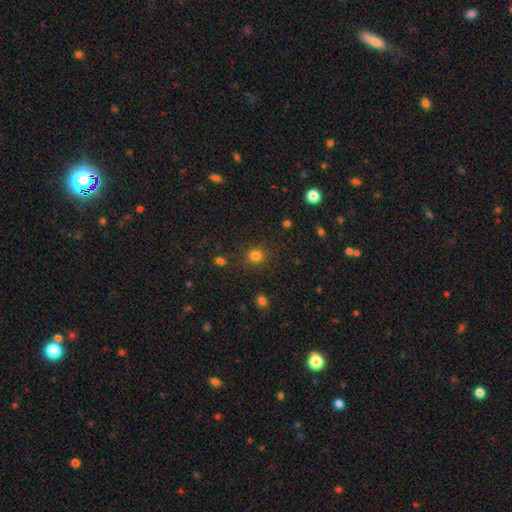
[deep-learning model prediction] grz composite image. It shows a smooth galaxy with no disk features (80%) that is round (84%). Merging: none (86%).